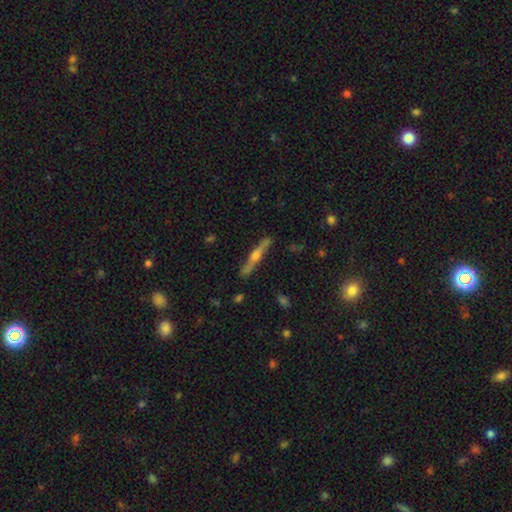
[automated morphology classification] A featured or disk galaxy (72%) viewed edge-on (97%) with a rounded central bulge (90%).

Vote fractions:
- Smooth or featured? featured or disk: 72% / smooth: 21% / star or artifact: 7%
- Edge-on disk? yes: 97% / no: 3%
- Edge-on bulge? rounded: 90% / boxy: 5% / none: 4%
- Merging? none: 87% / minor disturbance: 10% / major disturbance: 2% / merger: 2%